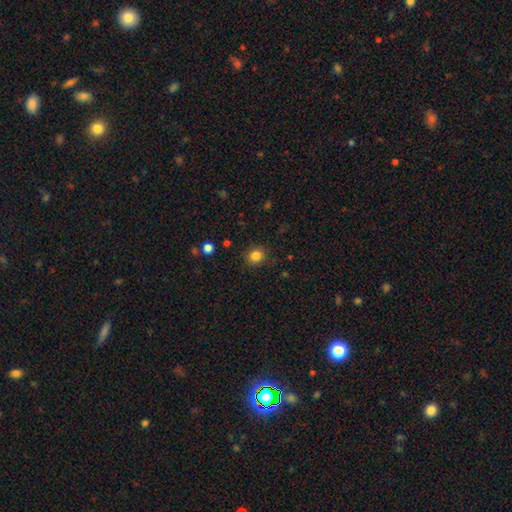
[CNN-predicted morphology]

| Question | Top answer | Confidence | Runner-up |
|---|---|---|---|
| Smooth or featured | smooth | 84% | star or artifact (12%) |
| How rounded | round | 83% | in between (16%) |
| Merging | none | 88% | minor disturbance (8%) |